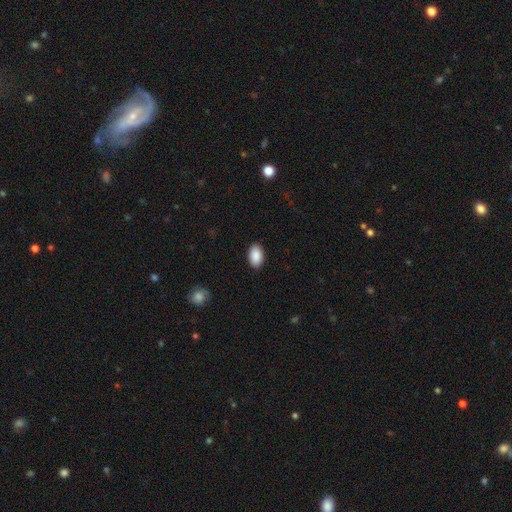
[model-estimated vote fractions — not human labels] A smooth galaxy with no disk features (90%) that is in between round and cigar-shaped (93%). Merging: none (89%).